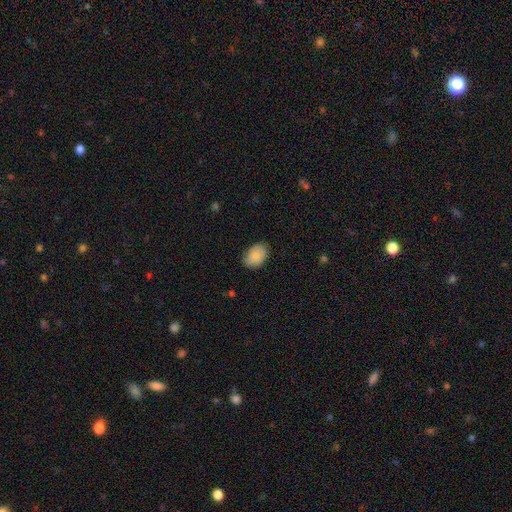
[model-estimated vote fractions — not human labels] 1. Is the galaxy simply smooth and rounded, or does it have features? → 83% smooth, 10% featured or disk, 7% star or artifact.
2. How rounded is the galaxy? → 83% in between, 16% round, 1% cigar-shaped.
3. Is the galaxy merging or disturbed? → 79% none, 17% minor disturbance, 3% major disturbance, 1% merger.